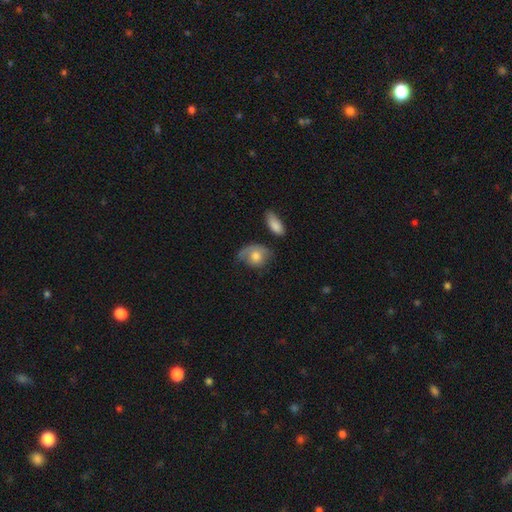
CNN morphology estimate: A smooth galaxy with no disk features (65%) that is in between round and cigar-shaped (62%).

Vote fractions:
- Smooth or featured? smooth: 65% / featured or disk: 29% / star or artifact: 6%
- How rounded? in between: 62% / round: 36% / cigar-shaped: 2%
- Merging? none: 36% / minor disturbance: 33% / major disturbance: 25% / merger: 6%